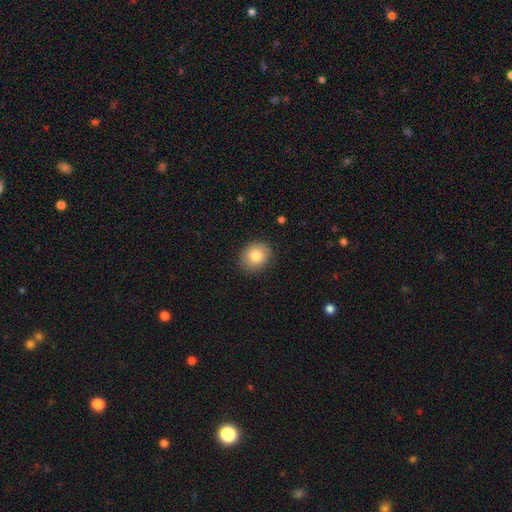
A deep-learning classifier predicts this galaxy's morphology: This appears to be a smooth galaxy with no disk features (82%) that is round (66%). Merging: none (87%).